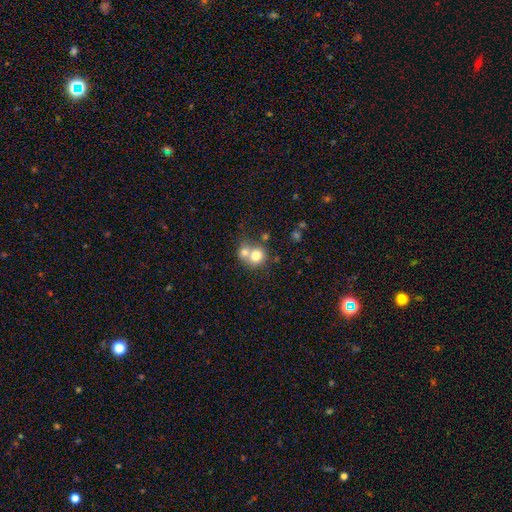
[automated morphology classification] smooth-or-featured: smooth: 74% | featured or disk: 16% | star or artifact: 10%
  how-rounded: round: 79% | in between: 20% | cigar-shaped: 1%
  merging: merger: 58% | none: 33% | minor disturbance: 6% | major disturbance: 3%